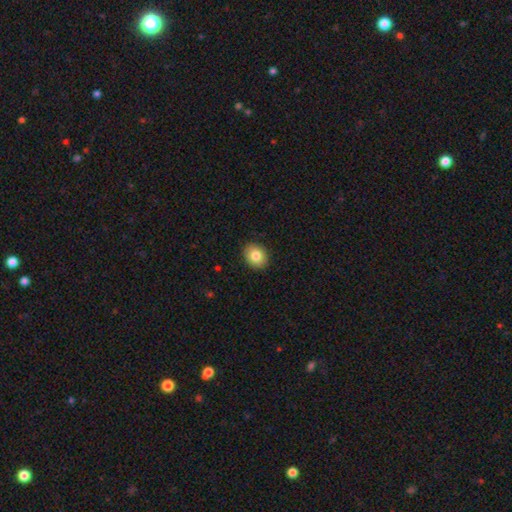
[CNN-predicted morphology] This is clearly a smooth galaxy (83%). How rounded: possibly in between (54%). Merging: clearly none (90%).